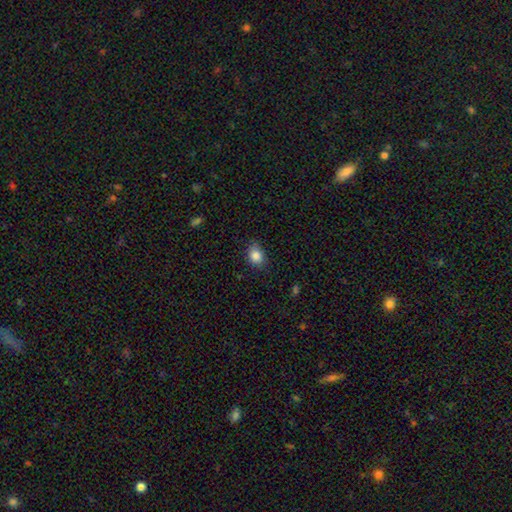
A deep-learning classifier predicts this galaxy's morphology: type=smooth (85%); roundness=in between (50%); merging=none (75%).